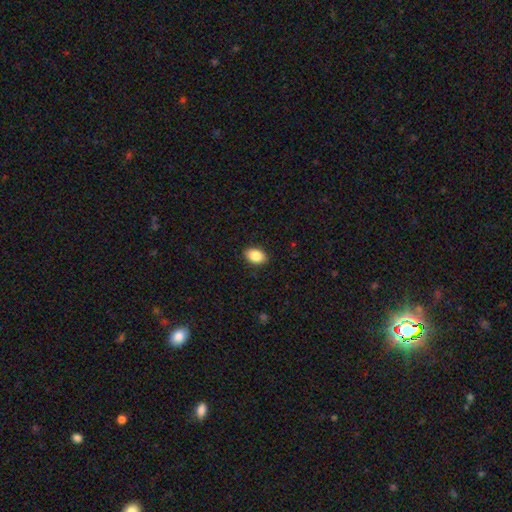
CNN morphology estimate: smooth_or_featured: smooth (p=0.86) [alt: star or artifact p=0.08]
how_rounded: in between (p=0.87) [alt: round p=0.12]
merging: none (p=0.90) [alt: minor disturbance p=0.07]